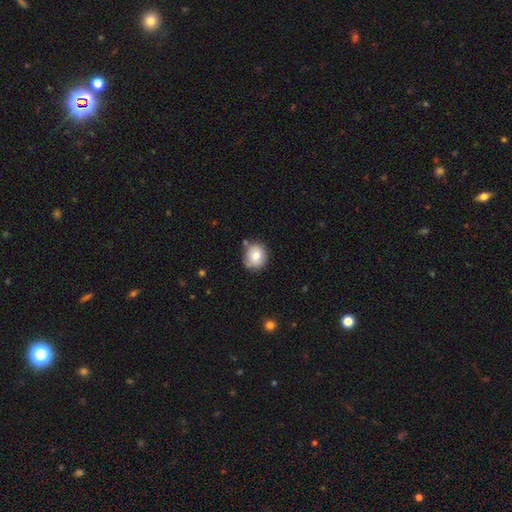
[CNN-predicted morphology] Smooth or featured?
  - smooth: 77% *
  - featured or disk: 14%
  - star or artifact: 9%
How rounded?
  - round: 80% *
  - in between: 19%
  - cigar-shaped: 1%
Merging?
  - none: 71% *
  - minor disturbance: 19%
  - merger: 6%
  - major disturbance: 4%